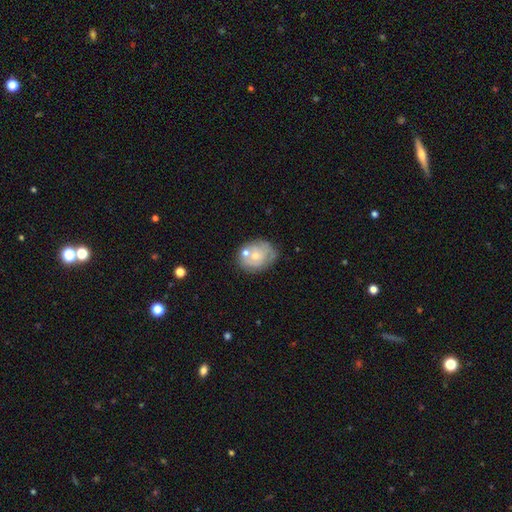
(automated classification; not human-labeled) A featured or disk galaxy (47%). Merging: none (53%).